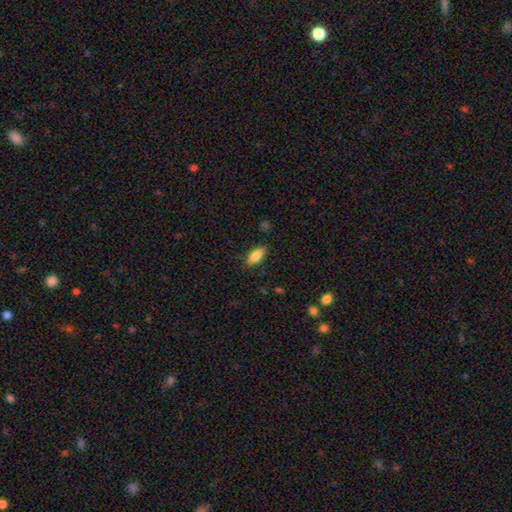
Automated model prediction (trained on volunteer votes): A smooth galaxy with no disk features (86%) that is in between round and cigar-shaped (87%). Merging: none (84%).